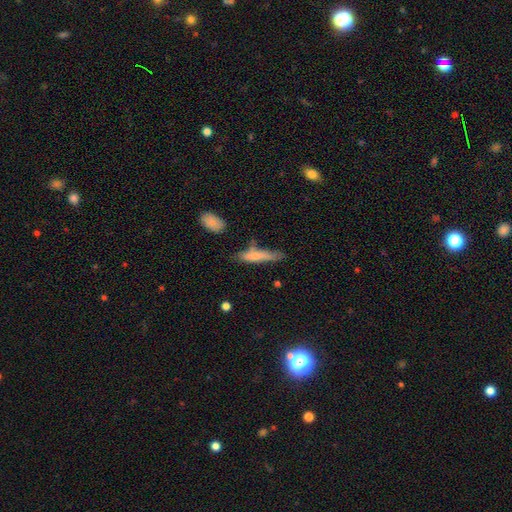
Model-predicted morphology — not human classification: The model was most divided on "merging": none: 48%, minor disturbance: 30%, major disturbance: 13%, merger: 10%. More confident: how rounded — cigar-shaped (79%); smooth or featured — smooth (70%).